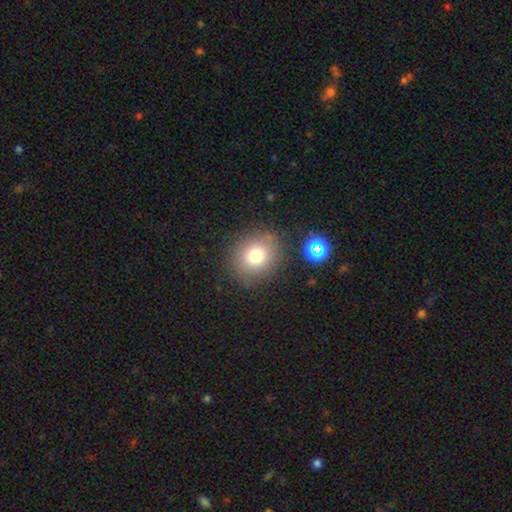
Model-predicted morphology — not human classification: A smooth galaxy with no disk features (77%) that is round (79%). Merging: none (81%).